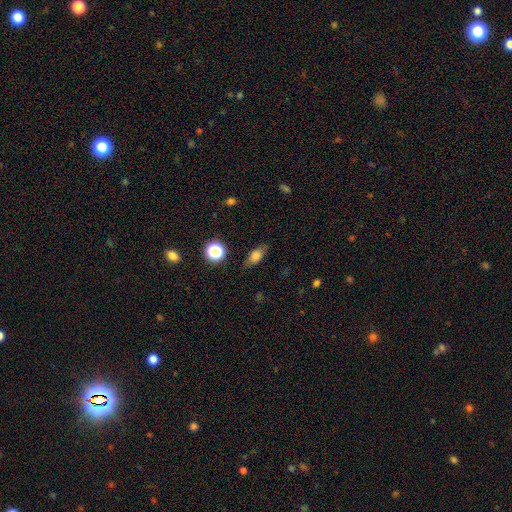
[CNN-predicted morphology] A smooth galaxy with no disk features (71%) that is in between round and cigar-shaped (71%).

Vote fractions:
- Smooth or featured? smooth: 71% / featured or disk: 18% / star or artifact: 11%
- How rounded? in between: 71% / cigar-shaped: 16% / round: 12%
- Merging? none: 80% / minor disturbance: 14% / major disturbance: 4% / merger: 2%